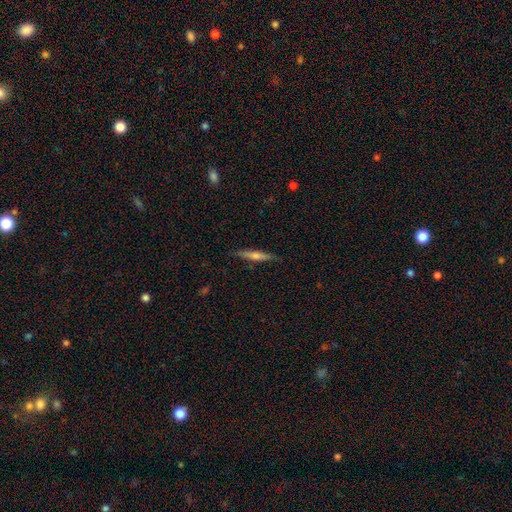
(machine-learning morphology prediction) The model was most divided on "smooth or featured": featured or disk: 53%, smooth: 41%, star or artifact: 7%. More confident: edge-on disk — yes (96%); merging — none (89%); edge-on bulge — rounded (65%).